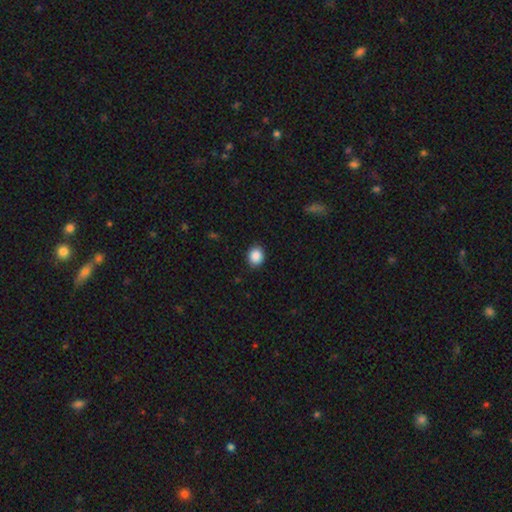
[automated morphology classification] smooth 88%, star or artifact 9%, featured or disk 3%. Down the decision tree: how rounded — round (68%); merging — none (89%).